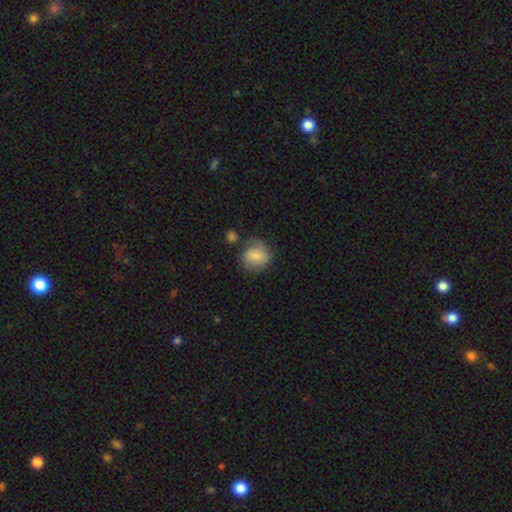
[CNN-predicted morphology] A smooth galaxy with no disk features (74%) that is round (75%). Merging: none (60%).